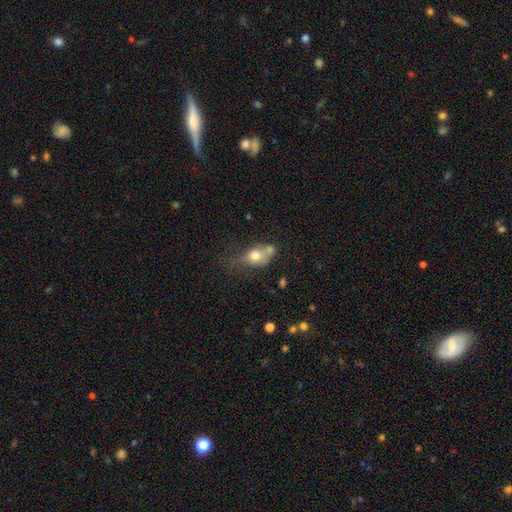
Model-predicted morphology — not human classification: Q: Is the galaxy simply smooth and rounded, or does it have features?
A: smooth — 70%.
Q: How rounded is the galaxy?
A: in between — 64%.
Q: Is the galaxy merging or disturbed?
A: merger — 32%.